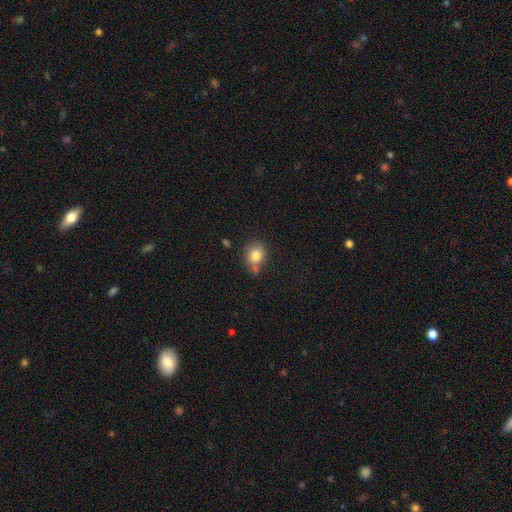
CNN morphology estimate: Overall: smooth (80%). How rounded: round (67%; in between 31%). Merging: none (55%; minor disturbance 25%).